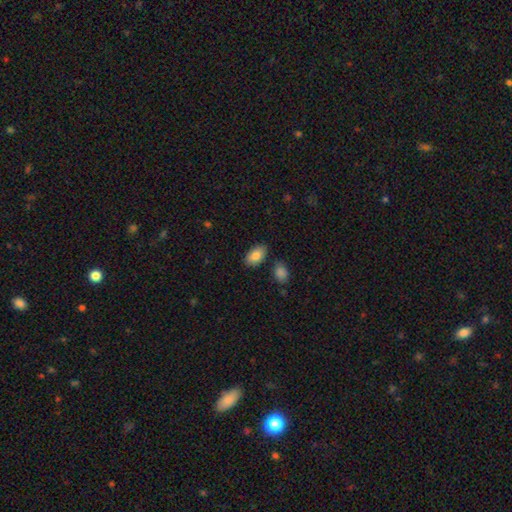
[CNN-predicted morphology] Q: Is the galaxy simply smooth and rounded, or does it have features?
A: smooth — 85%.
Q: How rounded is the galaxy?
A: in between — 93%.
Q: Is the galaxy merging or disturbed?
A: none — 82%.